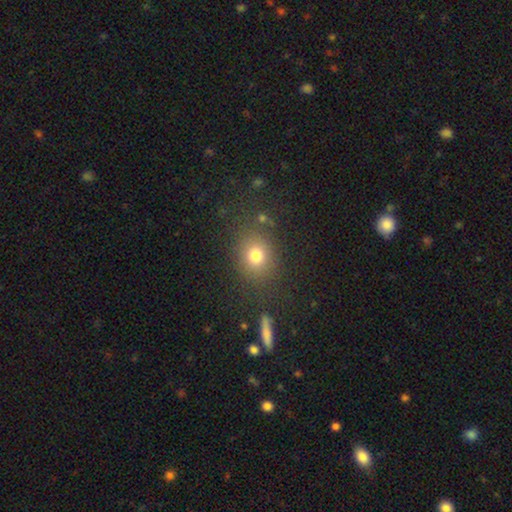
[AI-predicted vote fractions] A smooth galaxy with no disk features (75%) that is round (60%). Merging: none (80%).